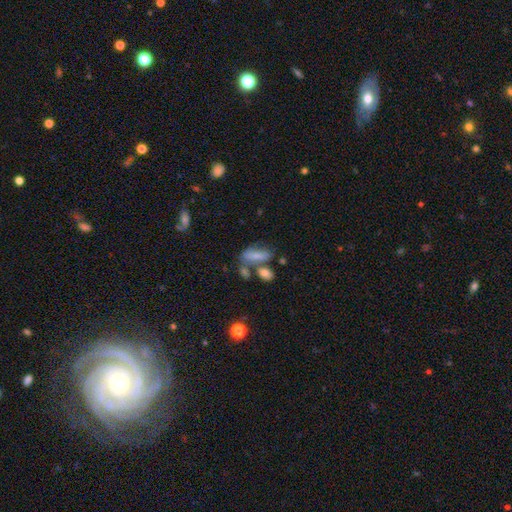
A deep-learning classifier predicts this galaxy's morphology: Smooth or featured: smooth — 70% (featured or disk — 20%)
How rounded: in between — 73% (cigar-shaped — 22%)
Merging: none — 39% (merger — 32%)